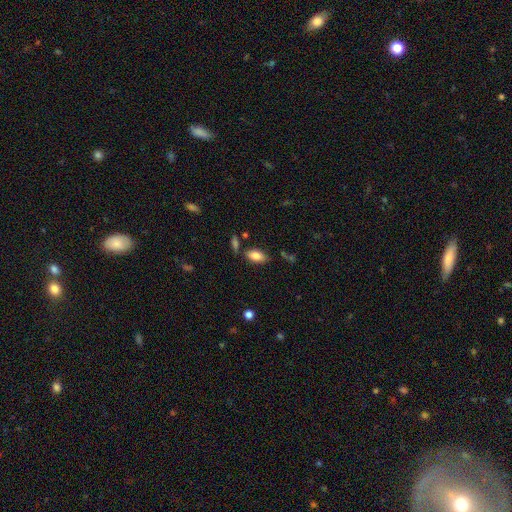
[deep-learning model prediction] This is clearly a smooth galaxy (84%). How rounded: clearly in between (92%). Merging: likely none (77%).